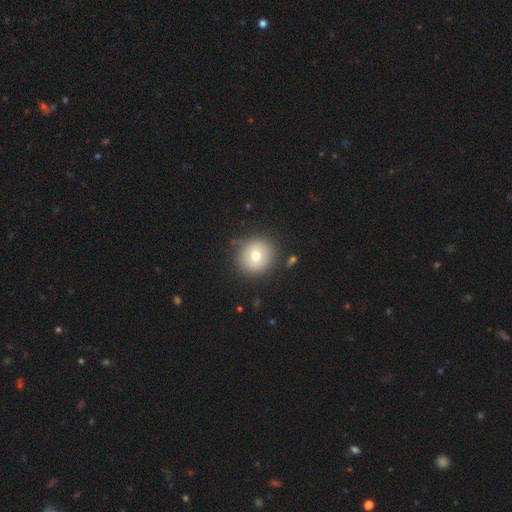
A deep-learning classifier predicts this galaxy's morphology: A smooth galaxy with no disk features (74%) that is round (89%). Merging: none (84%).